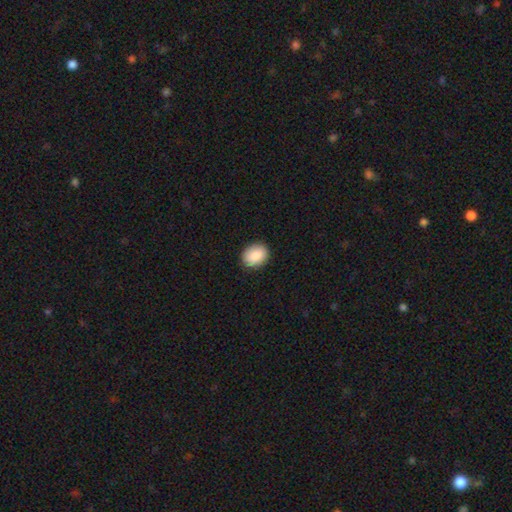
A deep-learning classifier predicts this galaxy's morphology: The model was most divided on "how rounded": in between: 61%, round: 39%, cigar-shaped: 1%. More confident: merging — none (89%); smooth or featured — smooth (88%).